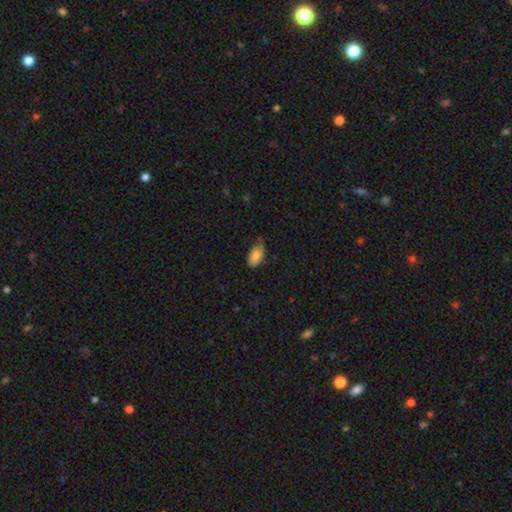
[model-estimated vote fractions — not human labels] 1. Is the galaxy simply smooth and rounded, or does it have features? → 83% smooth, 10% featured or disk, 7% star or artifact.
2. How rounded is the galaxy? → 92% in between, 4% cigar-shaped, 4% round.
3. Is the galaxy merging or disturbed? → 62% none, 31% minor disturbance, 5% major disturbance, 1% merger.